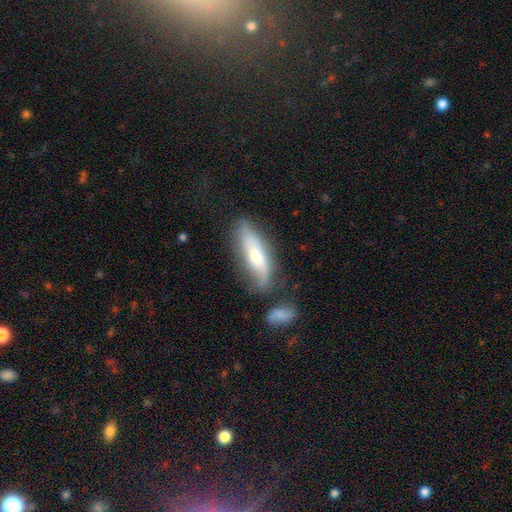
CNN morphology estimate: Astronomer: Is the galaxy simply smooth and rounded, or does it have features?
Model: smooth — 48% (runner-up: featured or disk, 45%).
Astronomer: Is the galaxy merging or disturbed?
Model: none — 48% (runner-up: minor disturbance, 24%).